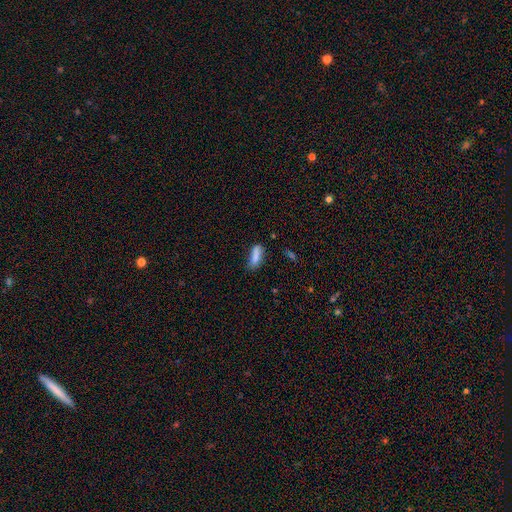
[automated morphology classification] The model was most divided on "how rounded": in between: 55%, cigar-shaped: 43%, round: 2%. More confident: smooth or featured — smooth (82%); merging — none (60%).